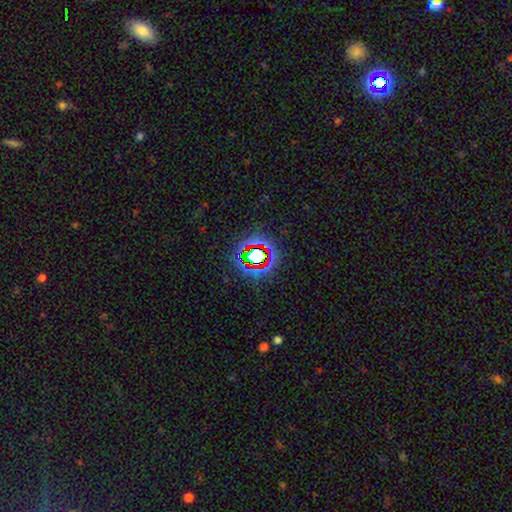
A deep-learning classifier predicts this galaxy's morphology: Smooth or featured? star or artifact (69%)